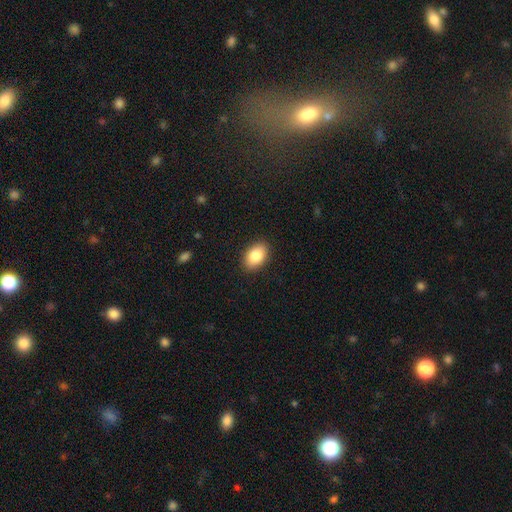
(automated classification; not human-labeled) This appears to be a smooth galaxy with no disk features (86%) that is in between round and cigar-shaped (89%). Merging: none (89%).